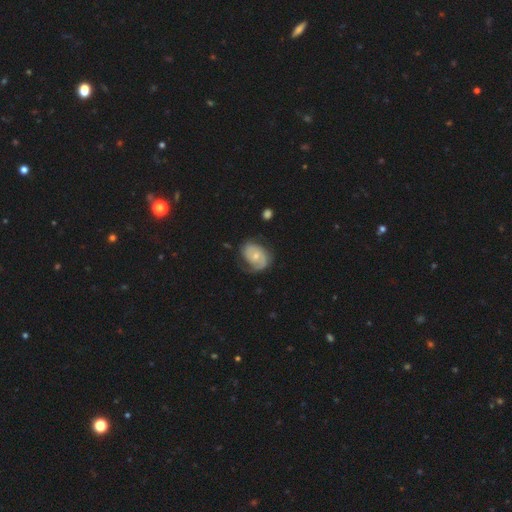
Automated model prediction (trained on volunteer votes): Morphology: type=featured or disk (70%); edge-on=no (97%); bar=no (69%); spiral arms=yes (87%); winding=tight (45%); arm count=2 (50%); bulge=small (49%); merging=none (56%).